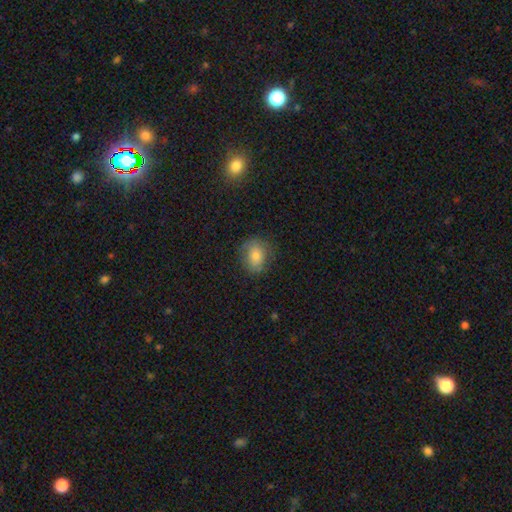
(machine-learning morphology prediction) Smooth or featured? smooth (72%)
How rounded? in between (50%)
Merging? none (75%)